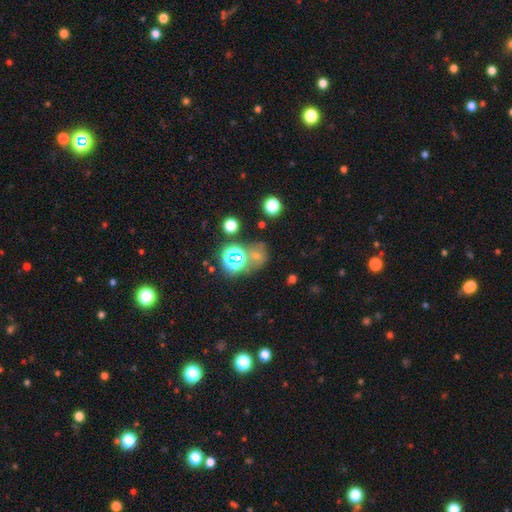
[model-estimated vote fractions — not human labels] smooth-or-featured: star or artifact: 54% | smooth: 34% | featured or disk: 13%